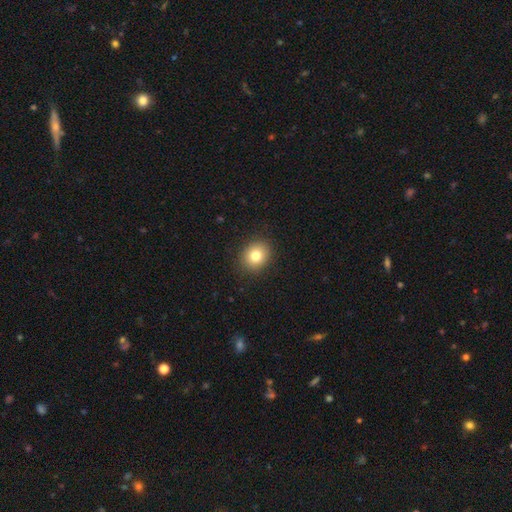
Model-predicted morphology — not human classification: This is likely a smooth galaxy (80%). How rounded: likely round (70%). Merging: clearly none (90%).